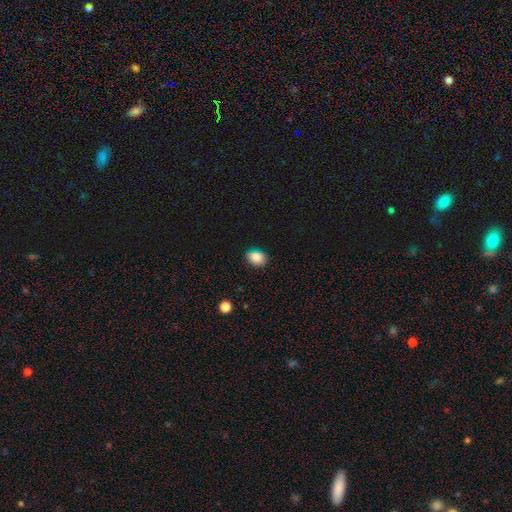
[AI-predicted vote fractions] Q: Smooth or featured?
A: smooth (82%); runner-up: star or artifact (12%)
Q: How rounded?
A: in between (58%); runner-up: round (41%)
Q: Merging?
A: none (80%); runner-up: minor disturbance (14%)